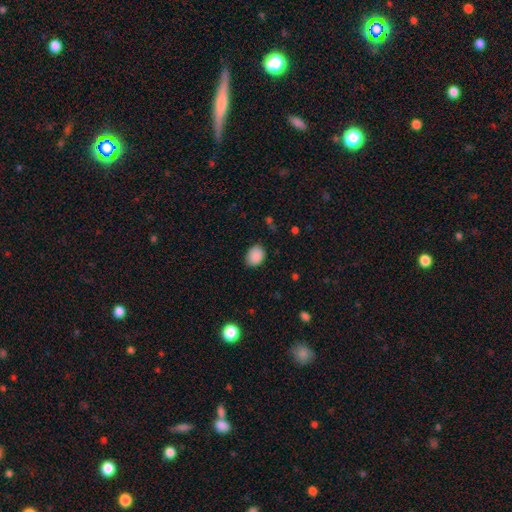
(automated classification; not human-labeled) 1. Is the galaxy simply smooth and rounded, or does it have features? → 89% smooth, 8% star or artifact, 3% featured or disk.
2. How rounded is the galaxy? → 58% in between, 41% round, 1% cigar-shaped.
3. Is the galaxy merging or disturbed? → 82% none, 14% minor disturbance, 3% major disturbance, 1% merger.